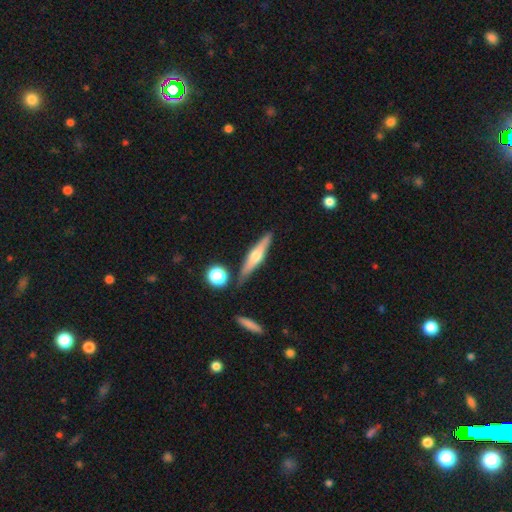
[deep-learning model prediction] Smooth or featured? featured or disk (57%)
Edge-on disk? yes (95%)
Edge-on bulge? rounded (89%)
Merging? none (83%)